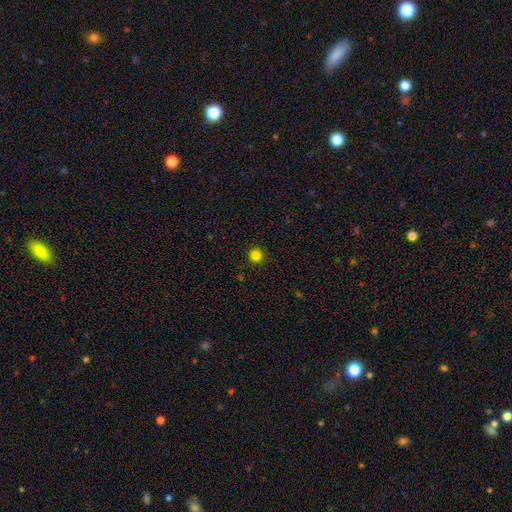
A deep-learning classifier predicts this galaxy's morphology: smooth-or-featured: smooth: 82% | star or artifact: 14% | featured or disk: 3%
  how-rounded: round: 96% | in between: 3% | cigar-shaped: 1%
  merging: none: 93% | minor disturbance: 5% | major disturbance: 2% | merger: 1%